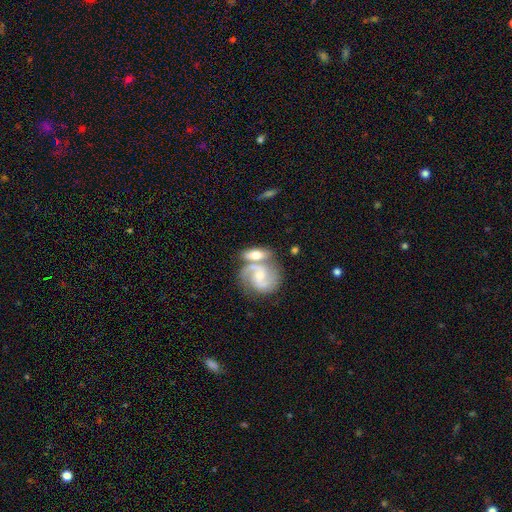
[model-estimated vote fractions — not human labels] featured or disk 65%, smooth 29%, star or artifact 6%. Down the decision tree: edge-on disk — no (90%); bar — no (50%); spiral arms — yes (87%); spiral arm count — 2 (84%); spiral winding — medium (50%); bulge size — small (47%); merging — merger (47%).